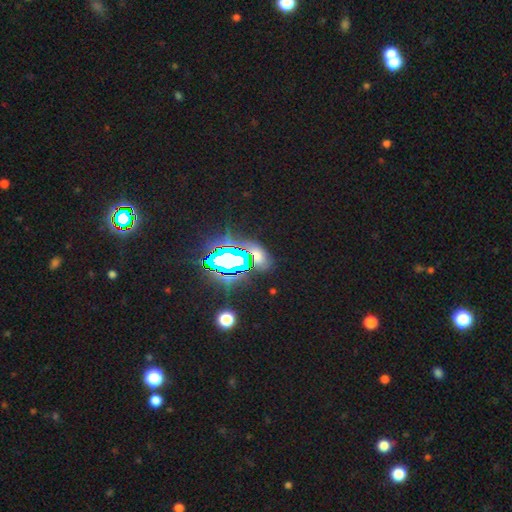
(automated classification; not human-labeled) A star or artifact, not a galaxy (62%).

Vote fractions:
- Smooth or featured? star or artifact: 62% / smooth: 25% / featured or disk: 13%